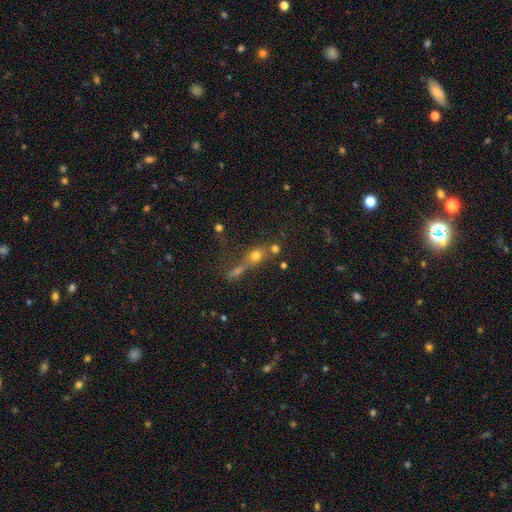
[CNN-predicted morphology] This appears to be a smooth galaxy with no disk features (59%) that is round (59%). Merging: merger (44%).